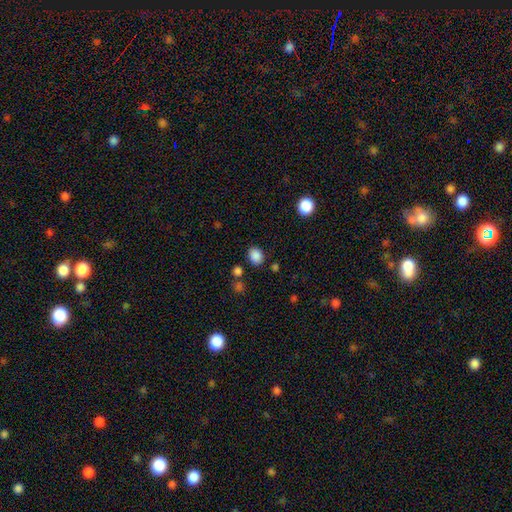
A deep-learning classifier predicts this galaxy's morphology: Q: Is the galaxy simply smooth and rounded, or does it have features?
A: smooth — 86%.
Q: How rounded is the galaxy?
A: round — 51%.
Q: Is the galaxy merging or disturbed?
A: none — 82%.